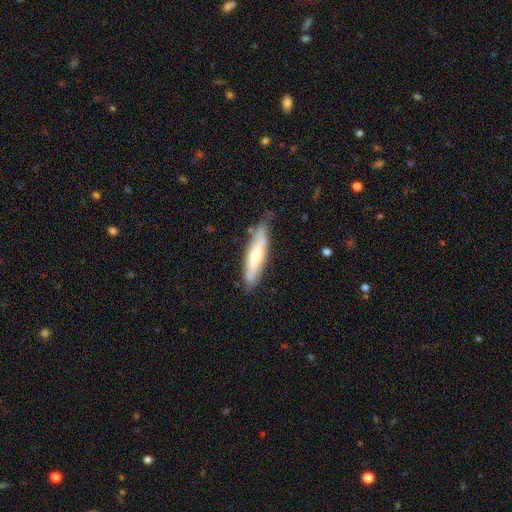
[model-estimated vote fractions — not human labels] A smooth galaxy with no disk features (54%) that is cigar-shaped (77%).

Vote fractions:
- Smooth or featured? smooth: 54% / featured or disk: 41% / star or artifact: 6%
- How rounded? cigar-shaped: 77% / in between: 22% / round: 1%
- Merging? none: 74% / minor disturbance: 20% / major disturbance: 3% / merger: 2%